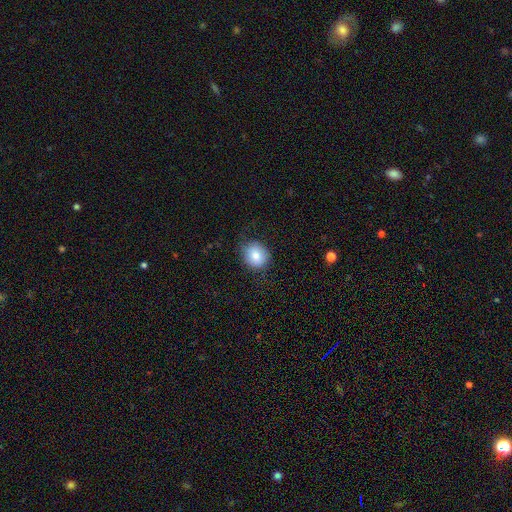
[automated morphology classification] Overall: smooth (82%). How rounded: round (75%). Merging: none (78%).